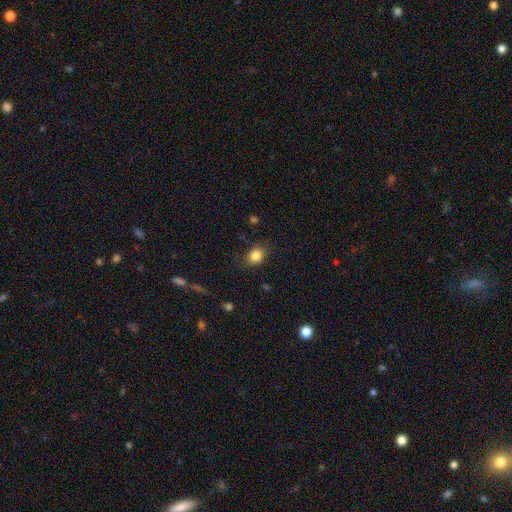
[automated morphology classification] Q: Smooth or featured?
A: smooth (84%); runner-up: star or artifact (9%)
Q: How rounded?
A: in between (67%); runner-up: round (32%)
Q: Merging?
A: none (82%); runner-up: minor disturbance (14%)